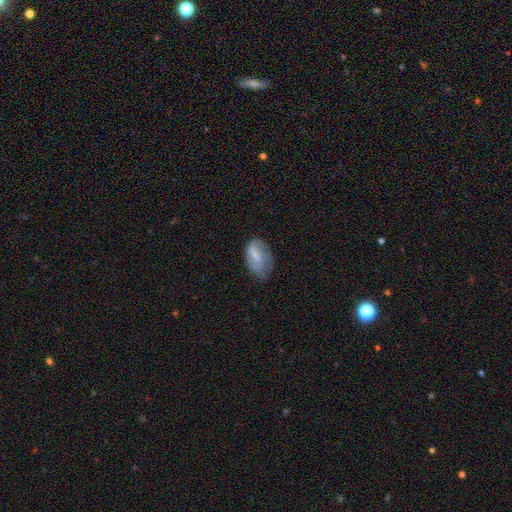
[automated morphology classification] A smooth galaxy with no disk features (56%) that is in between round and cigar-shaped (90%).

Vote fractions:
- Smooth or featured? smooth: 56% / featured or disk: 37% / star or artifact: 7%
- How rounded? in between: 90% / round: 7% / cigar-shaped: 3%
- Merging? none: 56% / minor disturbance: 31% / major disturbance: 12% / merger: 2%